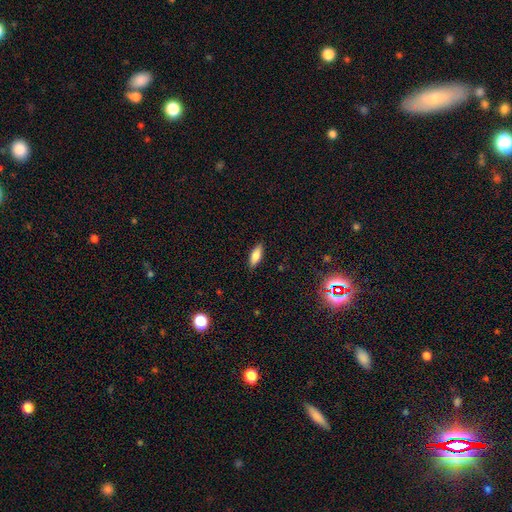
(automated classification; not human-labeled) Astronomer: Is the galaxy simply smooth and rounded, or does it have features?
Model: smooth — 80%.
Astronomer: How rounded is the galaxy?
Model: in between — 71%.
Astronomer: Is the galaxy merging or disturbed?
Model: none — 88%.